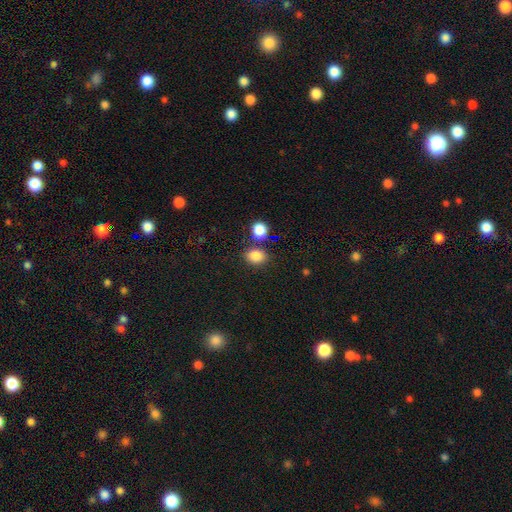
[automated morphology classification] type=smooth (83%); roundness=in between (52%); merging=none (73%).